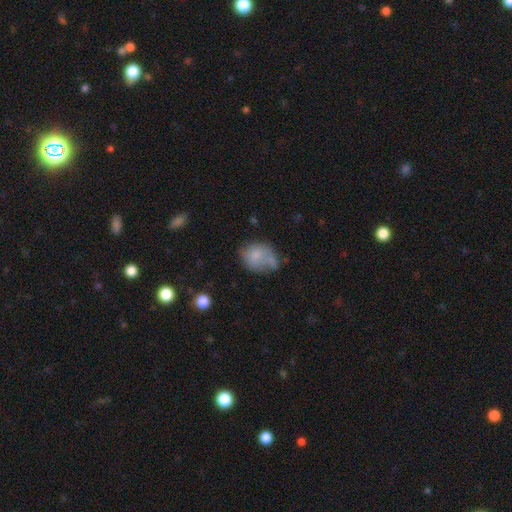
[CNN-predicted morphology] Q: Smooth or featured?
A: smooth (67%); runner-up: featured or disk (24%)
Q: How rounded?
A: in between (53%); runner-up: round (45%)
Q: Merging?
A: none (33%); runner-up: minor disturbance (31%)